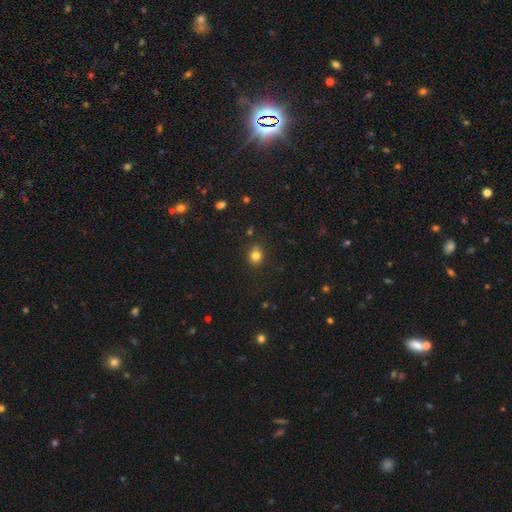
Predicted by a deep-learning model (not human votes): The model was most divided on "how rounded": round: 68%, in between: 31%, cigar-shaped: 1%. More confident: smooth or featured — smooth (81%); merging — none (76%).